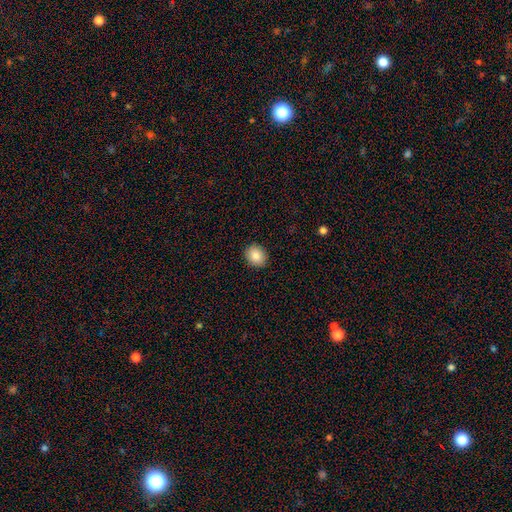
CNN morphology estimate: Smooth or featured?
  - smooth: 86% *
  - star or artifact: 8%
  - featured or disk: 6%
How rounded?
  - round: 57% *
  - in between: 42%
  - cigar-shaped: 1%
Merging?
  - none: 90% *
  - minor disturbance: 8%
  - major disturbance: 2%
  - merger: 1%